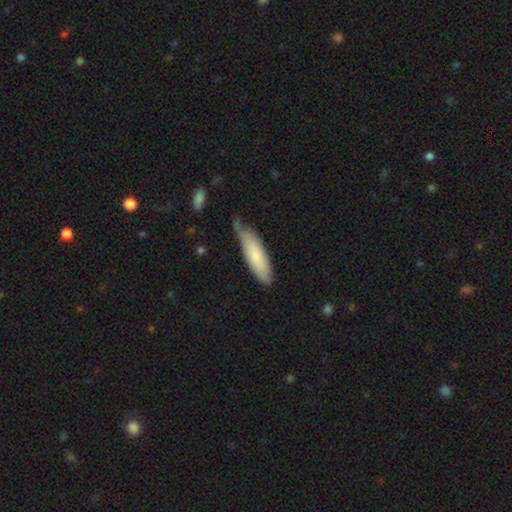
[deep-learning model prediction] Q: Smooth or featured?
A: smooth (78%); runner-up: featured or disk (16%)
Q: How rounded?
A: cigar-shaped (59%); runner-up: in between (40%)
Q: Merging?
A: none (60%); runner-up: minor disturbance (31%)